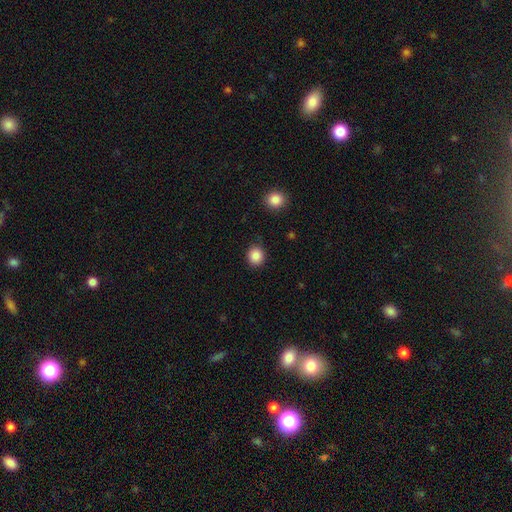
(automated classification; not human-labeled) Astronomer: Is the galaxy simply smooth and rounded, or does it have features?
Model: smooth — 87%.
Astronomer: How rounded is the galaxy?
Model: round — 86%.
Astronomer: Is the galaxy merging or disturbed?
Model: none — 87%.